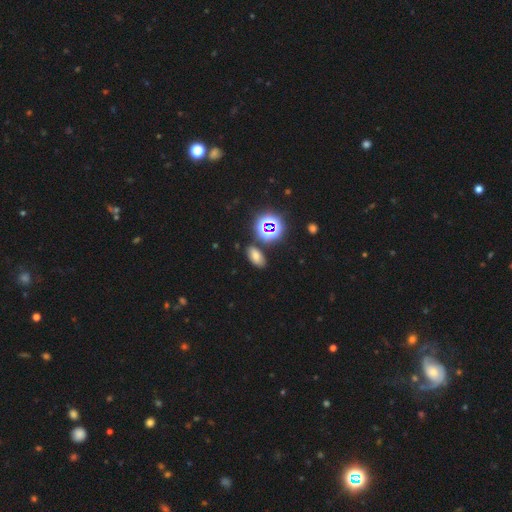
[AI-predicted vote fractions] smooth 59%, star or artifact 29%, featured or disk 11%. Down the decision tree: how rounded — in between (86%); merging — none (82%).